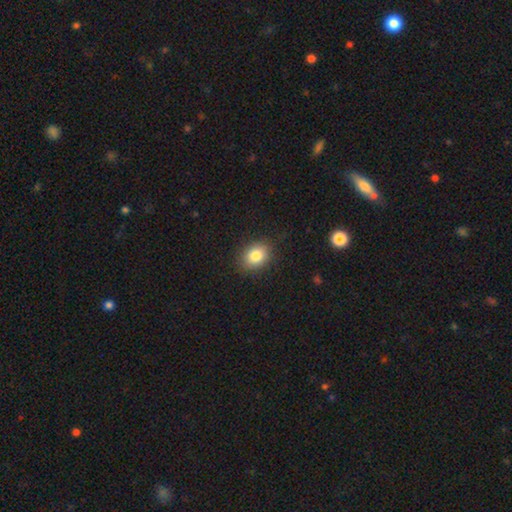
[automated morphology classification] A smooth galaxy with no disk features (83%) that is in between round and cigar-shaped (58%).

Vote fractions:
- Smooth or featured? smooth: 83% / star or artifact: 9% / featured or disk: 8%
- How rounded? in between: 58% / round: 41% / cigar-shaped: 1%
- Merging? none: 86% / minor disturbance: 10% / major disturbance: 3% / merger: 1%